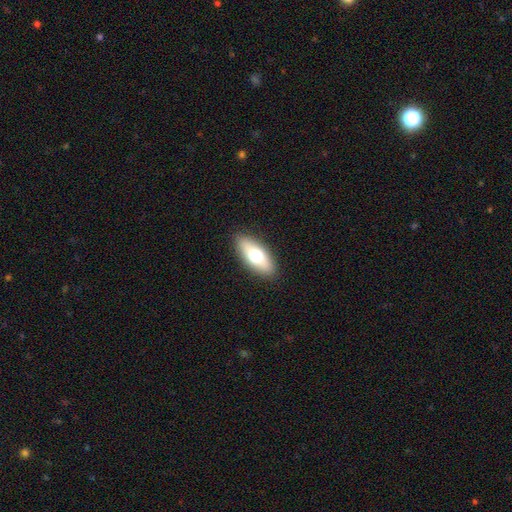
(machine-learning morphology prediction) Smooth or featured? Predicted: smooth (p=0.67). How rounded? Predicted: in between (p=0.79). Merging? Predicted: none (p=0.89).